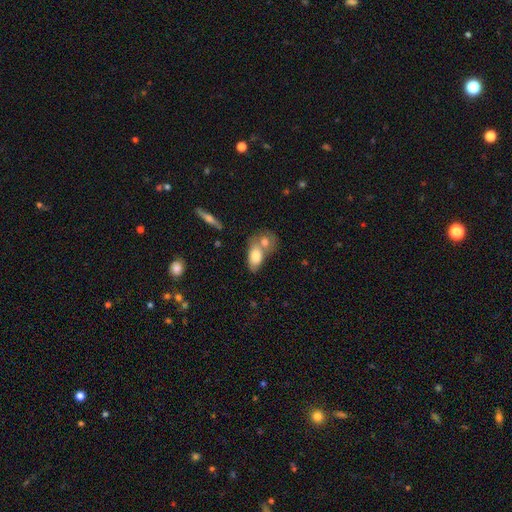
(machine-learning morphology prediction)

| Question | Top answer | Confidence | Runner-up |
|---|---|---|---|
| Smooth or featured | smooth | 75% | featured or disk (18%) |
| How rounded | in between | 87% | round (8%) |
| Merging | merger | 49% | none (32%) |